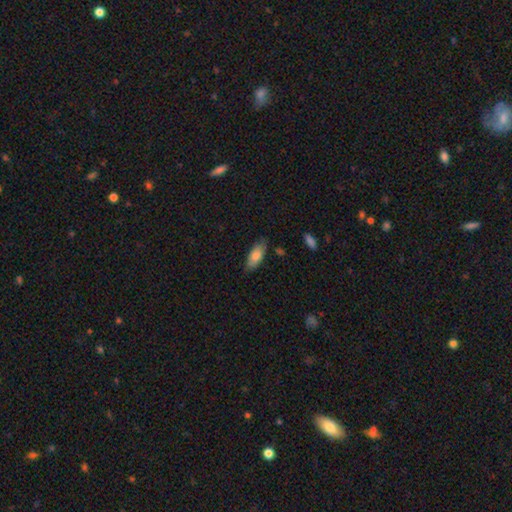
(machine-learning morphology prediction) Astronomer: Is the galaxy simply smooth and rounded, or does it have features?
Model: smooth — 79%.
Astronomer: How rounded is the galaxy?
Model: in between — 78%.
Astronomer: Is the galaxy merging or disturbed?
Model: none — 78%.